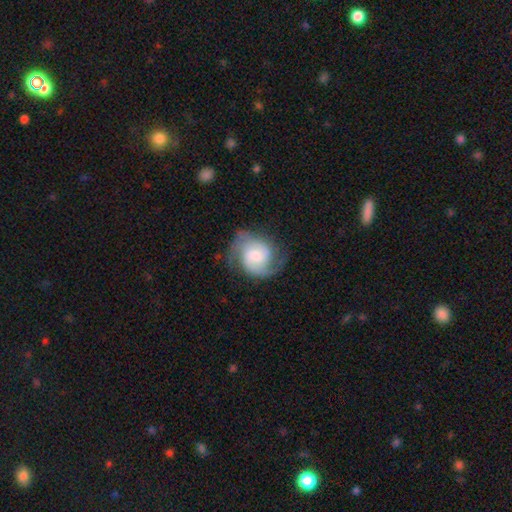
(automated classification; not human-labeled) Overall: featured or disk (80%). Edge-on disk: no (98%). Bar: no (48%; weak 44%). Spiral arms: yes (96%). Spiral arm count: 2 (83%). Spiral winding: medium (50%; tight 33%). Bulge size: moderate (42%; small 33%). Merging: none (70%).